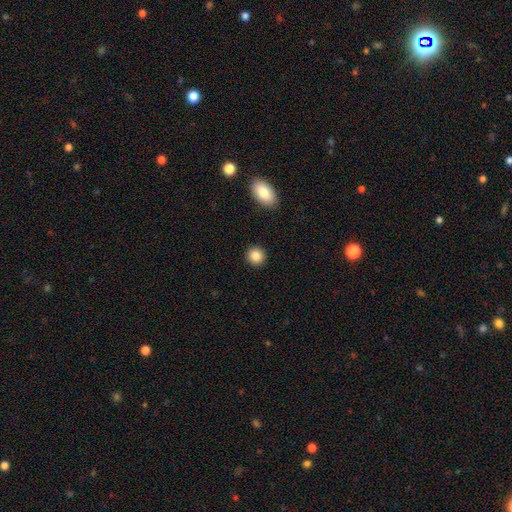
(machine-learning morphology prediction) Overall: smooth (86%). How rounded: round (91%). Merging: none (91%).